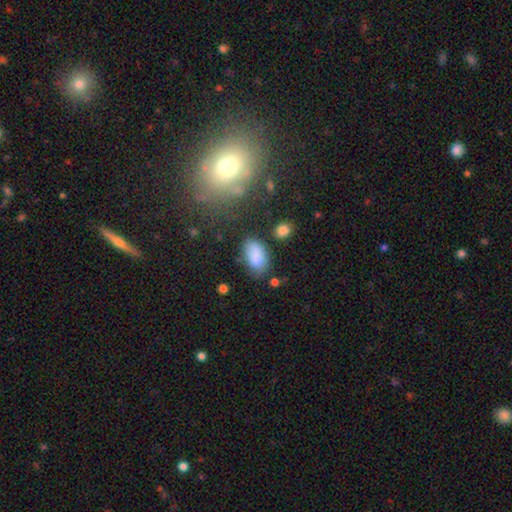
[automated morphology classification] Smooth or featured? Predicted: smooth (p=0.83). How rounded? Predicted: in between (p=0.93). Merging? Predicted: none (p=0.63).